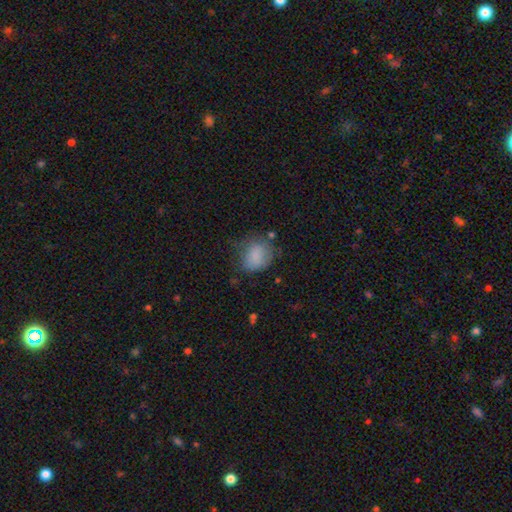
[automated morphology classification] type=smooth (80%); roundness=round (55%); merging=none (53%).